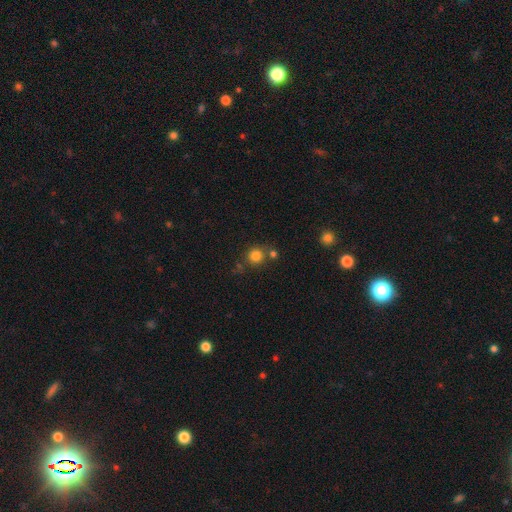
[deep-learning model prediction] smooth_or_featured: smooth (p=0.81) [alt: star or artifact p=0.13]
how_rounded: round (p=0.91) [alt: in between p=0.08]
merging: none (p=0.69) [alt: merger p=0.17]